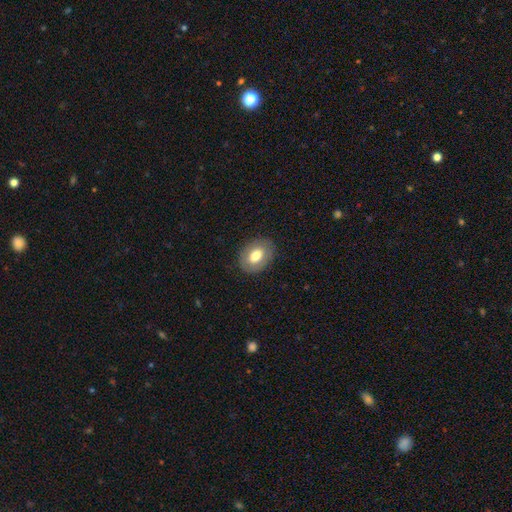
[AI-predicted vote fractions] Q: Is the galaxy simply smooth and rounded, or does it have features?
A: smooth — 70%.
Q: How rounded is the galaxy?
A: in between — 73%.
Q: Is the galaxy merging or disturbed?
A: none — 85%.